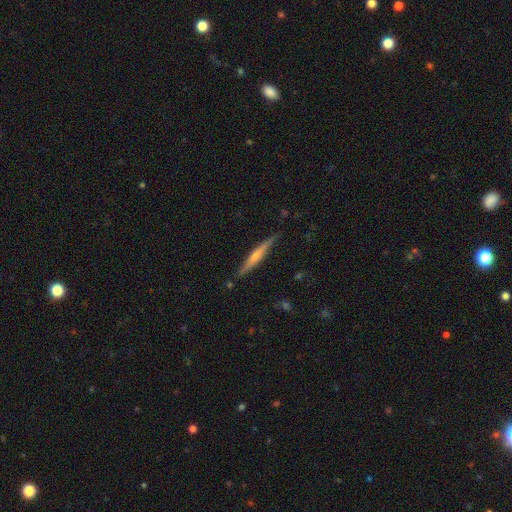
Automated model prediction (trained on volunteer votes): Q: Smooth or featured?
A: featured or disk (62%); runner-up: smooth (32%)
Q: Edge-on disk?
A: yes (97%); runner-up: no (3%)
Q: Edge-on bulge?
A: rounded (59%); runner-up: none (29%)
Q: Merging?
A: none (87%); runner-up: minor disturbance (10%)